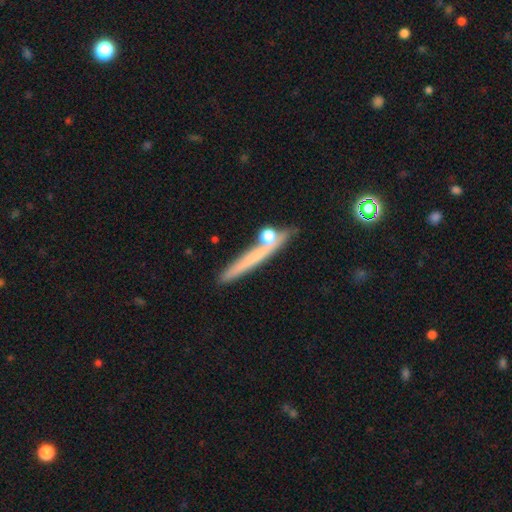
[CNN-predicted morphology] smooth-or-featured: smooth: 52% | featured or disk: 39% | star or artifact: 10%
  how-rounded: cigar-shaped: 93% | in between: 4% | round: 3%
  merging: none: 76% | minor disturbance: 12% | merger: 9% | major disturbance: 3%